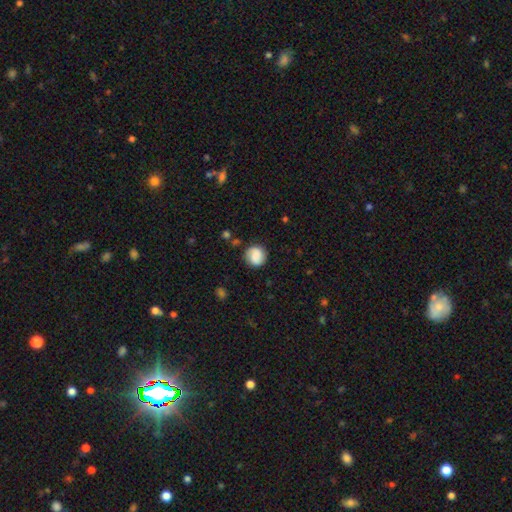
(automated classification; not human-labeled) This appears to be a smooth galaxy with no disk features (71%) that is round (86%). Merging: none (79%).